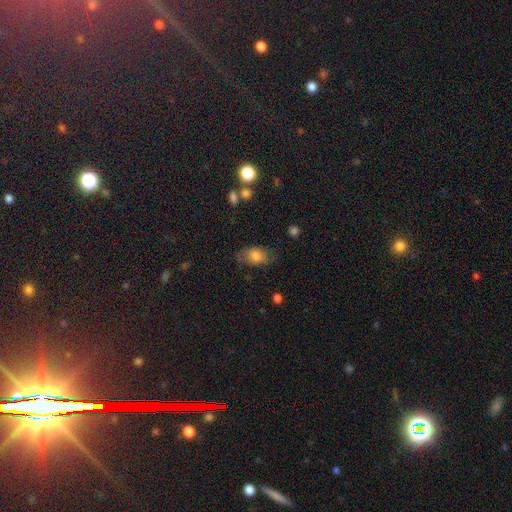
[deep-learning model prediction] Overall: smooth (75%). How rounded: in between (83%). Merging: none (65%).